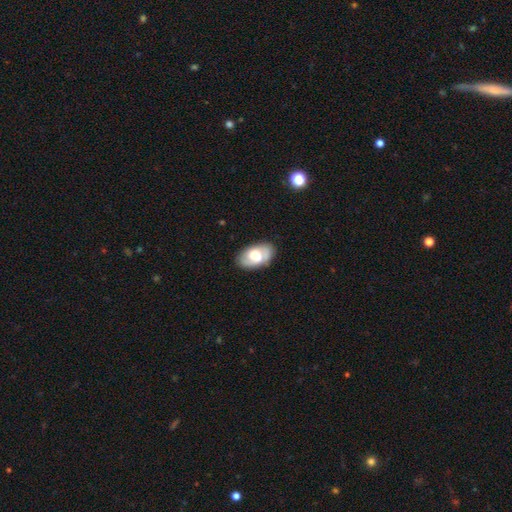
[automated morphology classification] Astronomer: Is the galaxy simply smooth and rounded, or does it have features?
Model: smooth — 52% (runner-up: featured or disk, 41%).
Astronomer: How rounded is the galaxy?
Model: in between — 92%.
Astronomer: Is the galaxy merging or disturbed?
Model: none — 78%.